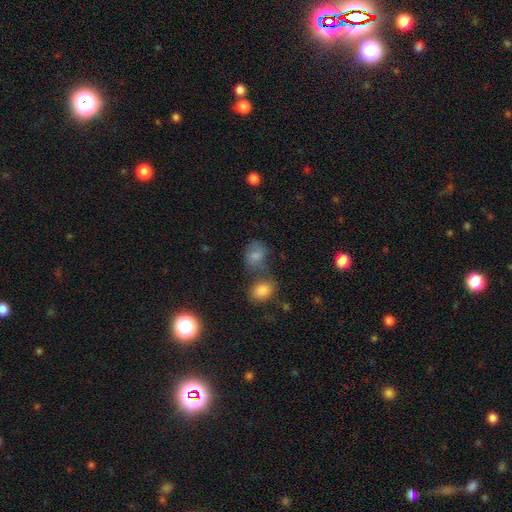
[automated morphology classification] A smooth galaxy with no disk features (79%) that is in between round and cigar-shaped (62%).

Vote fractions:
- Smooth or featured? smooth: 79% / star or artifact: 11% / featured or disk: 11%
- How rounded? in between: 62% / round: 37% / cigar-shaped: 1%
- Merging? none: 41% / merger: 35% / minor disturbance: 16% / major disturbance: 8%